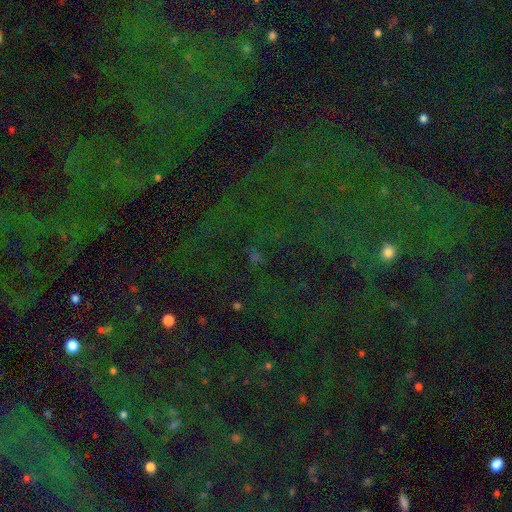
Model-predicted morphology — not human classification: smooth-or-featured: star or artifact: 73% | smooth: 17% | featured or disk: 10%